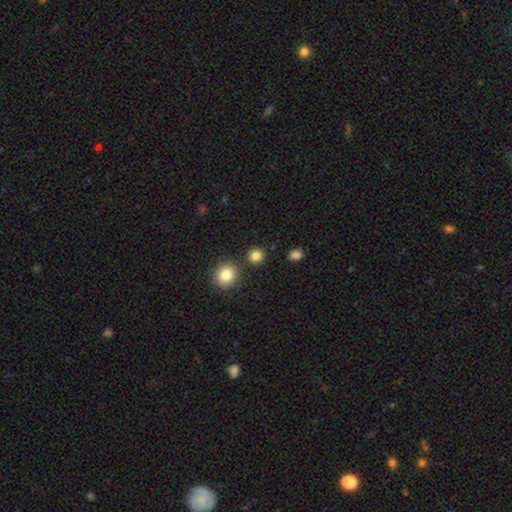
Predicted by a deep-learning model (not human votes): Q: Smooth or featured?
A: smooth (84%); runner-up: star or artifact (12%)
Q: How rounded?
A: round (88%); runner-up: in between (11%)
Q: Merging?
A: none (84%); runner-up: merger (7%)